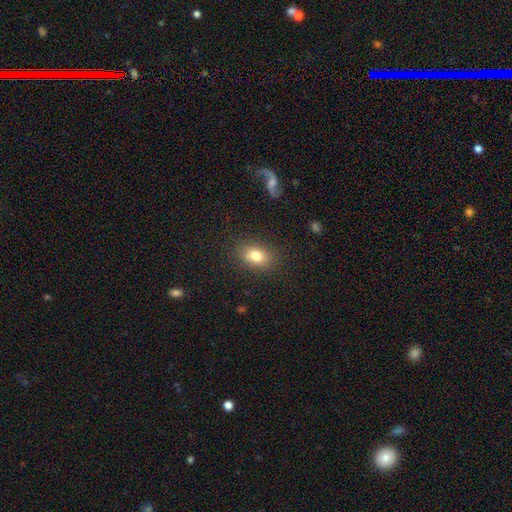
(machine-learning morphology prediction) Smooth or featured?
  - smooth: 80% *
  - star or artifact: 10%
  - featured or disk: 10%
How rounded?
  - in between: 74% *
  - round: 25%
  - cigar-shaped: 2%
Merging?
  - none: 85% *
  - minor disturbance: 10%
  - major disturbance: 3%
  - merger: 1%